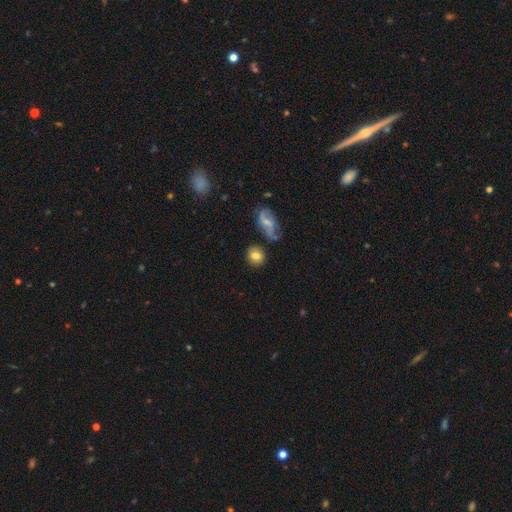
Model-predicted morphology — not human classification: This appears to be a smooth galaxy with no disk features (77%) that is round (74%). Merging: none (74%).